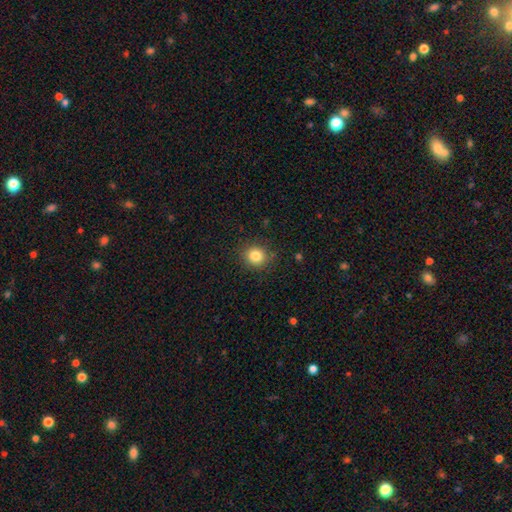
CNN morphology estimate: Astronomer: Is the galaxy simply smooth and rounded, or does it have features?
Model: smooth — 83%.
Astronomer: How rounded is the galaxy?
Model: round — 83%.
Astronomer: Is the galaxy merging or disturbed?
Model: none — 87%.